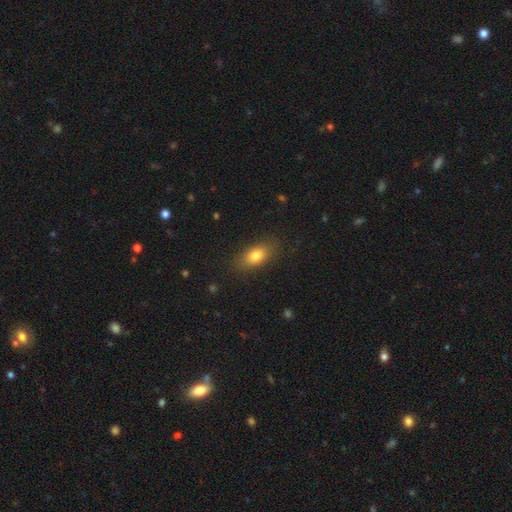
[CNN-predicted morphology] This is likely a smooth galaxy (80%). How rounded: clearly in between (83%). Merging: clearly none (84%).